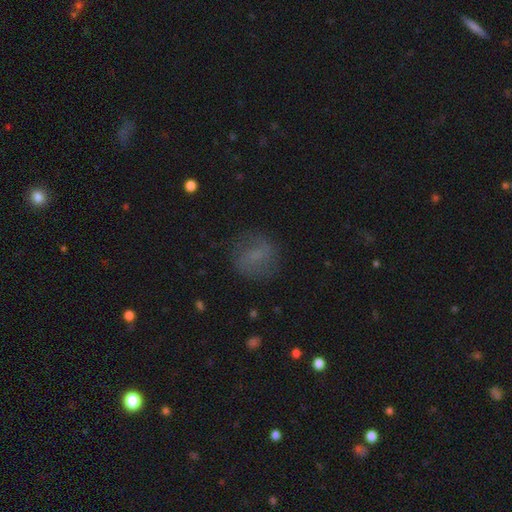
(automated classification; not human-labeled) Overall: smooth (51%; featured or disk 34%). How rounded: round (73%). Merging: none (76%).